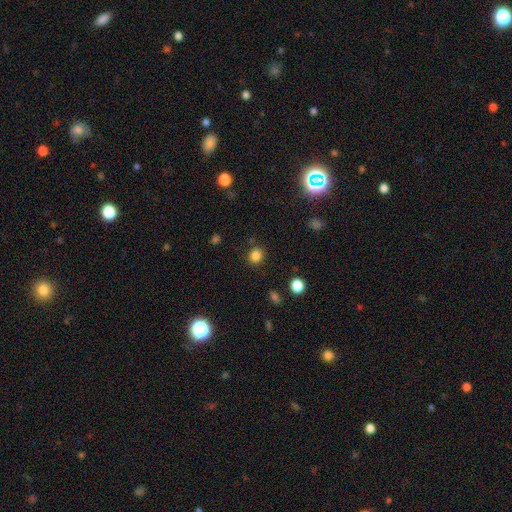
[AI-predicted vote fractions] The model was most divided on "smooth or featured": smooth: 83%, star or artifact: 13%, featured or disk: 4%. More confident: merging — none (87%); how rounded — round (87%).